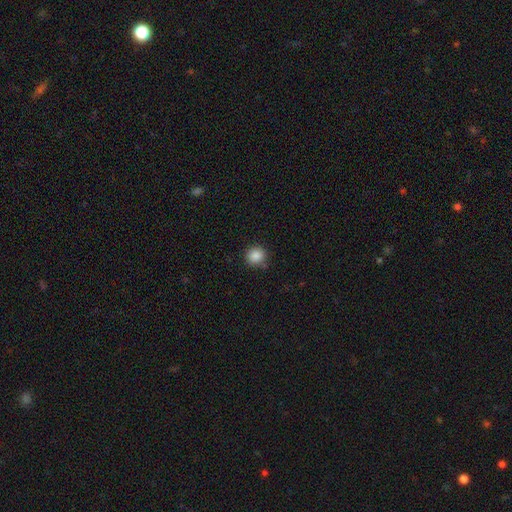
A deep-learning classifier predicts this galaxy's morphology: The model was most divided on "merging": none: 85%, minor disturbance: 10%, major disturbance: 3%, merger: 3%. More confident: how rounded — round (87%); smooth or featured — smooth (87%).